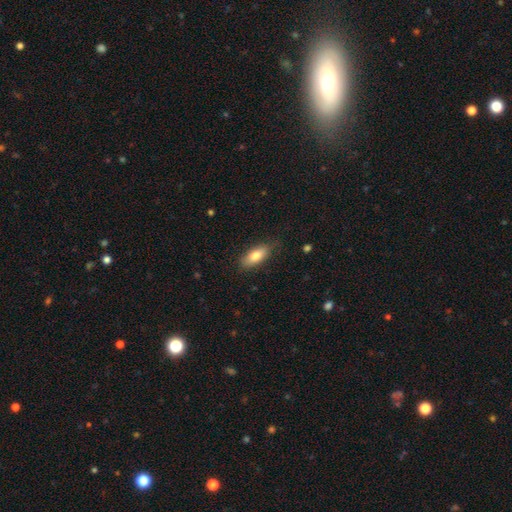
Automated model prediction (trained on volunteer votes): A smooth galaxy with no disk features (81%) that is in between round and cigar-shaped (81%). Merging: none (79%).